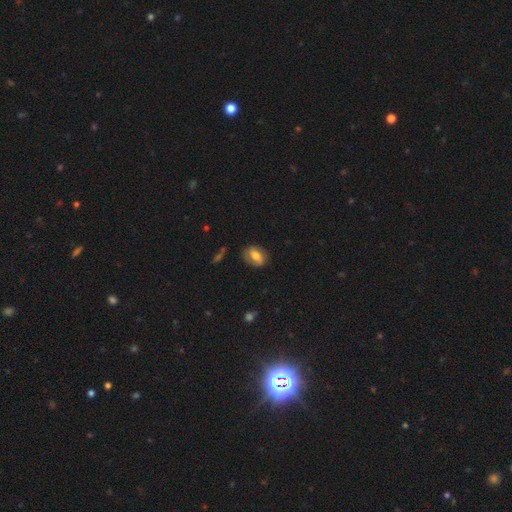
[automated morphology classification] smooth 61%, featured or disk 32%, star or artifact 8%. Down the decision tree: how rounded — in between (75%); merging — none (77%).